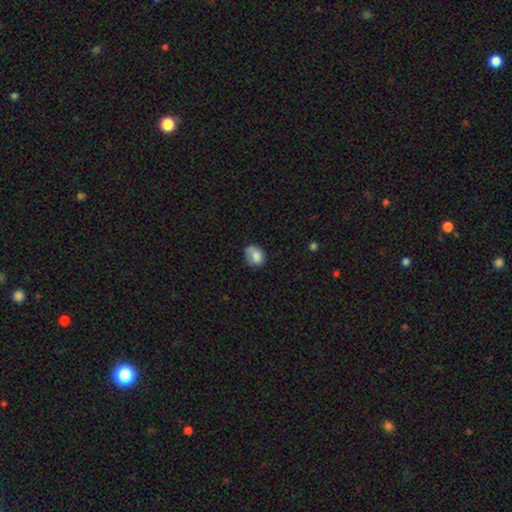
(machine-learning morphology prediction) The model was most divided on "how rounded": in between: 58%, round: 41%, cigar-shaped: 1%. More confident: smooth or featured — smooth (77%); merging — none (50%).